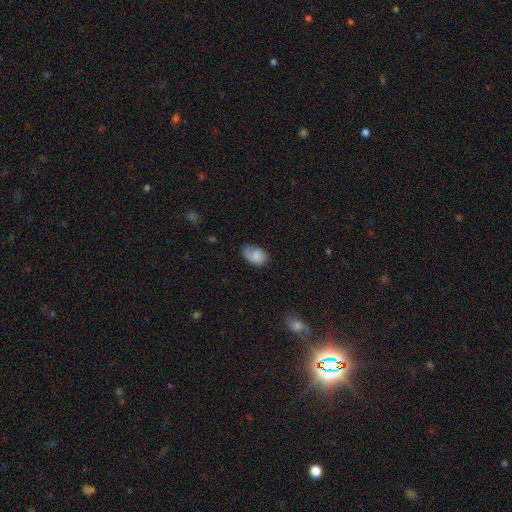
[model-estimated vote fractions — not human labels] This appears to be a smooth galaxy with no disk features (75%) that is in between round and cigar-shaped (86%). Merging: none (48%).